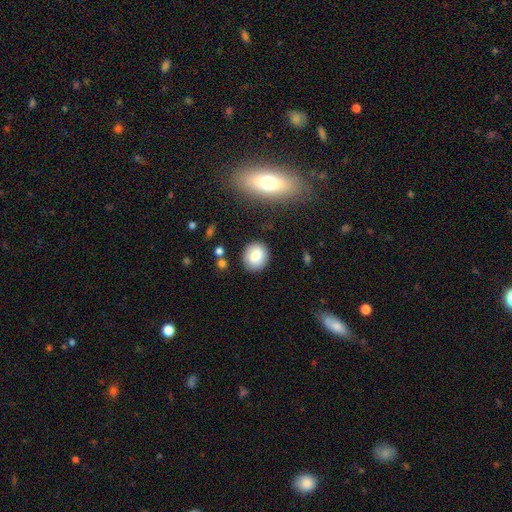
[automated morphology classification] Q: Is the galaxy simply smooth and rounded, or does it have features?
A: smooth — 80%.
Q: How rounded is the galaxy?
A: round — 76%.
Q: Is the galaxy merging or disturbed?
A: none — 85%.